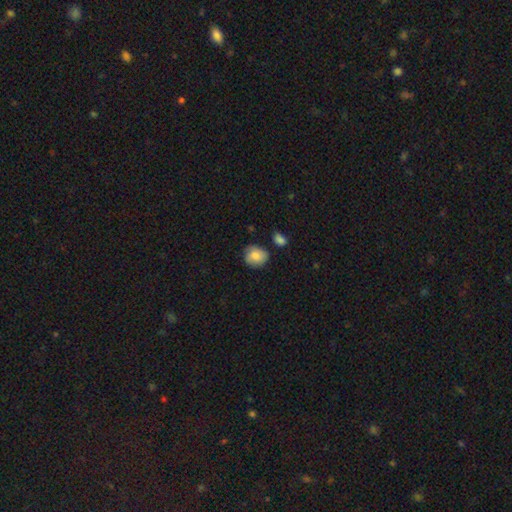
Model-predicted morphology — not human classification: Smooth or featured? Predicted: smooth (p=0.78). How rounded? Predicted: round (p=0.70). Merging? Predicted: none (p=0.68).